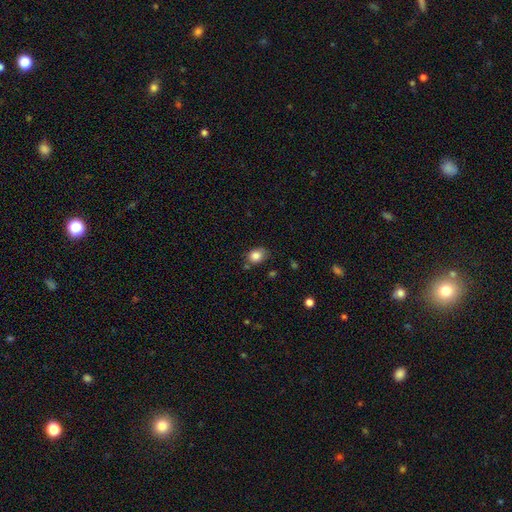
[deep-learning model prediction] Smooth or featured? Predicted: smooth (p=0.84). How rounded? Predicted: in between (p=0.55). Merging? Predicted: none (p=0.68).